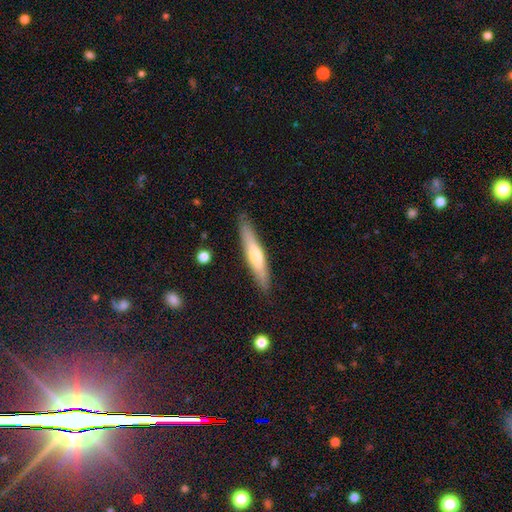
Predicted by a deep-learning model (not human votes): smooth 52%, featured or disk 42%, star or artifact 6%. Down the decision tree: how rounded — cigar-shaped (90%); merging — none (87%).